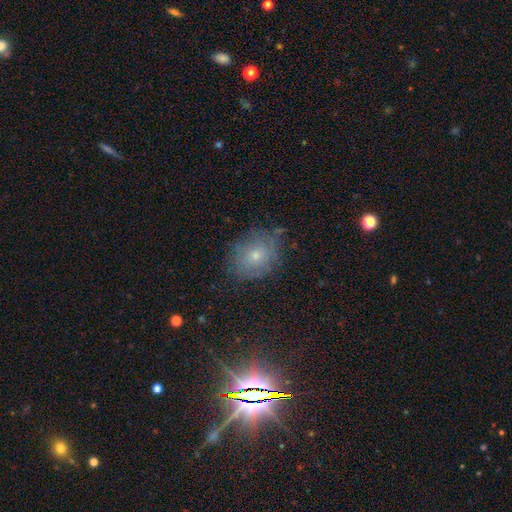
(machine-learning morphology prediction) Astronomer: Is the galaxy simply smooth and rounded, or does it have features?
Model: smooth — 59%.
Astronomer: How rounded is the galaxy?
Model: round — 54% (runner-up: in between, 45%).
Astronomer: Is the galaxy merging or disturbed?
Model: none — 72%.